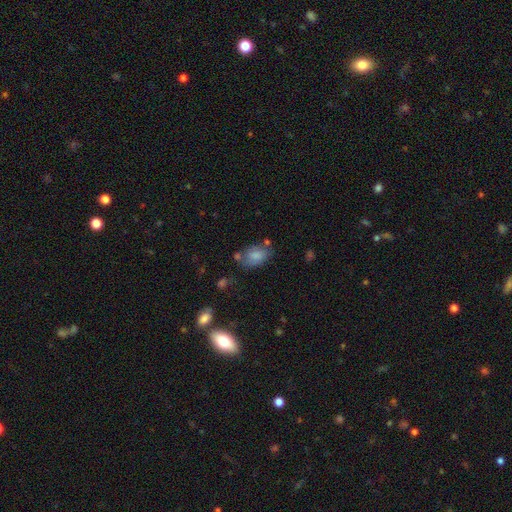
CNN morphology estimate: type=smooth (78%); roundness=in between (87%); merging=none (59%).